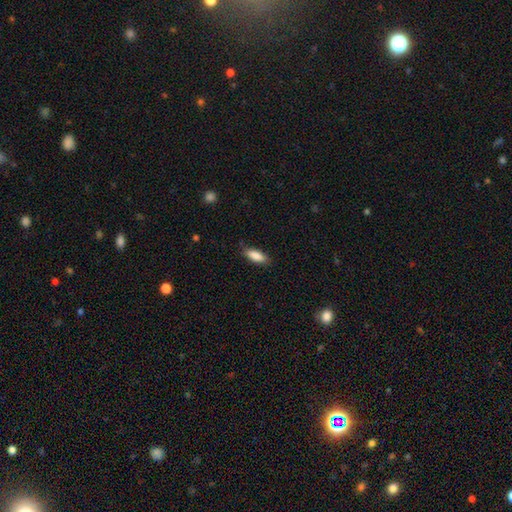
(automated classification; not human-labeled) Morphology: type=smooth (87%); roundness=in between (71%); merging=none (83%).